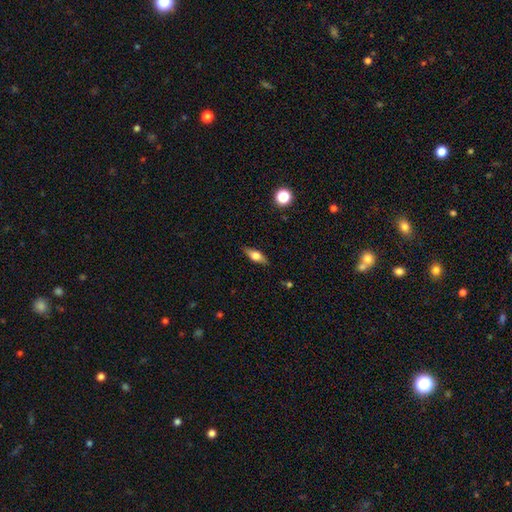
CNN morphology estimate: The model was most divided on "smooth or featured": smooth: 56%, featured or disk: 36%, star or artifact: 8%. More confident: merging — none (86%); how rounded — in between (65%).